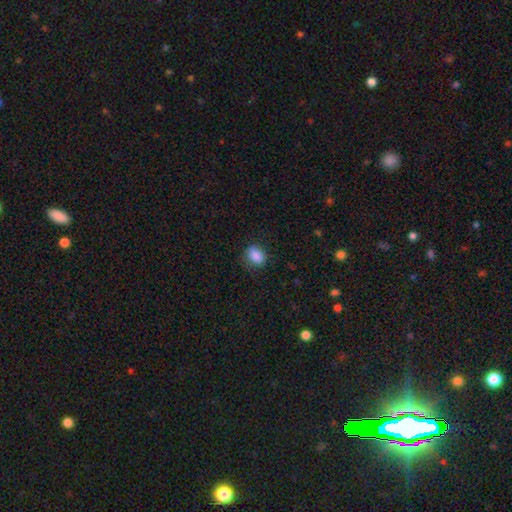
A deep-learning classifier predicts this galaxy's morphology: Smooth or featured?
  - smooth: 86% *
  - star or artifact: 9%
  - featured or disk: 5%
How rounded?
  - in between: 67% *
  - round: 31%
  - cigar-shaped: 2%
Merging?
  - none: 72% *
  - minor disturbance: 21%
  - major disturbance: 6%
  - merger: 1%